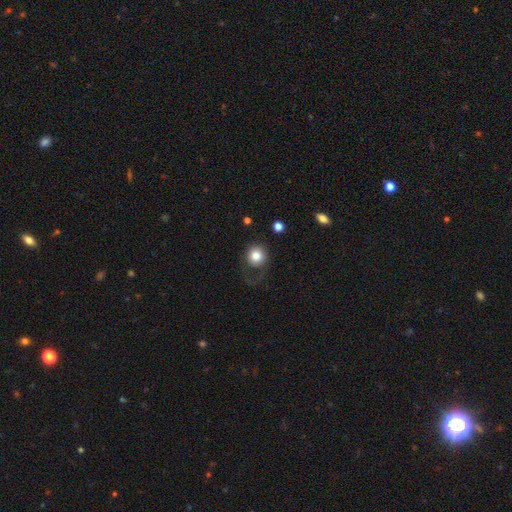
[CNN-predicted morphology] Smooth or featured?
  - smooth: 80% *
  - featured or disk: 11%
  - star or artifact: 9%
How rounded?
  - round: 85% *
  - in between: 14%
  - cigar-shaped: 1%
Merging?
  - none: 53% *
  - major disturbance: 26%
  - minor disturbance: 18%
  - merger: 3%